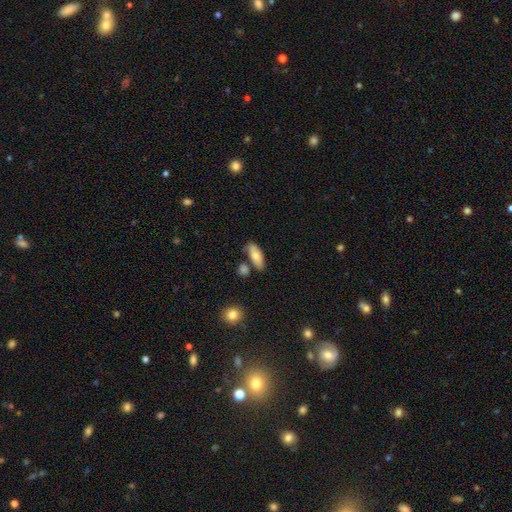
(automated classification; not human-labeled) Smooth or featured? smooth (72%)
How rounded? in between (81%)
Merging? none (68%)